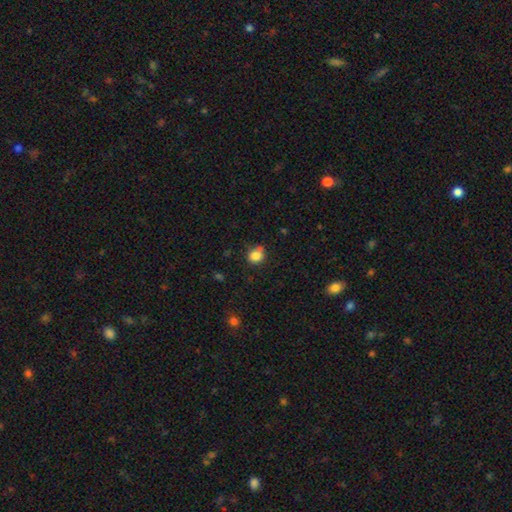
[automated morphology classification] smooth_or_featured: smooth (p=0.83) [alt: star or artifact p=0.11]
how_rounded: round (p=0.76) [alt: in between p=0.23]
merging: none (p=0.66) [alt: minor disturbance p=0.19]